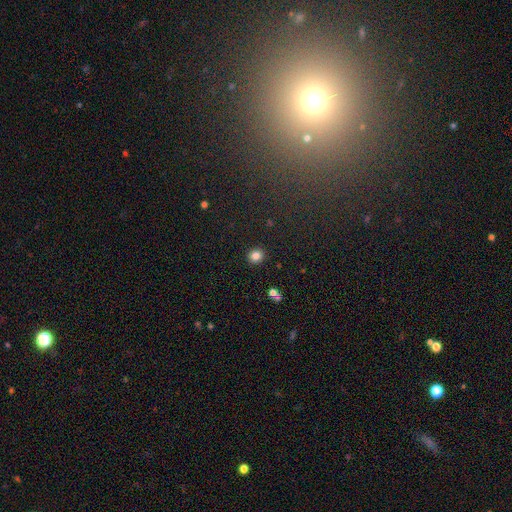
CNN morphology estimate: Smooth or featured? smooth (84%)
How rounded? round (84%)
Merging? none (91%)